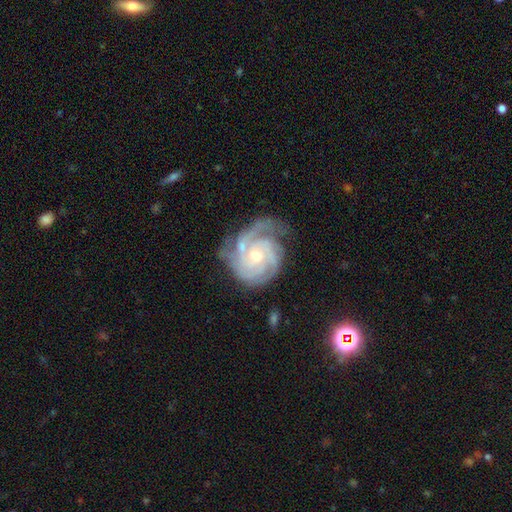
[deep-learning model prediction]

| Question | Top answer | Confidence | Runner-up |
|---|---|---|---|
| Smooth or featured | featured or disk | 90% | smooth (5%) |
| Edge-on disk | no | 98% | yes (2%) |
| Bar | no | 71% | weak (24%) |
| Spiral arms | yes | 98% | no (2%) |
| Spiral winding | tight | 71% | medium (25%) |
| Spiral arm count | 3 | 42% | can't tell (17%) |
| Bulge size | small | 48% | tied: moderate (48%) |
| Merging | none | 63% | minor disturbance (23%) |